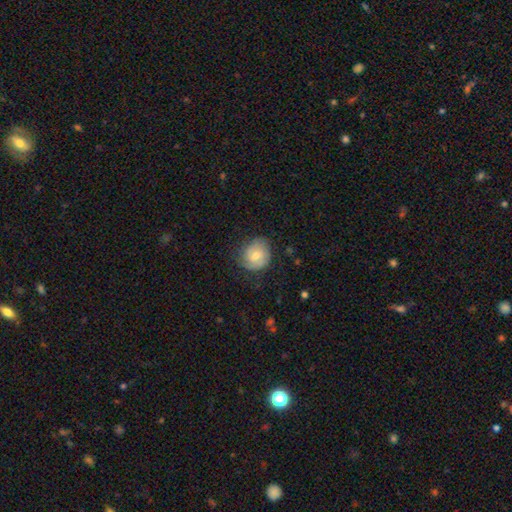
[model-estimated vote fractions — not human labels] Smooth or featured? featured or disk (50%)
Edge-on disk? no (97%)
Merging? none (72%)